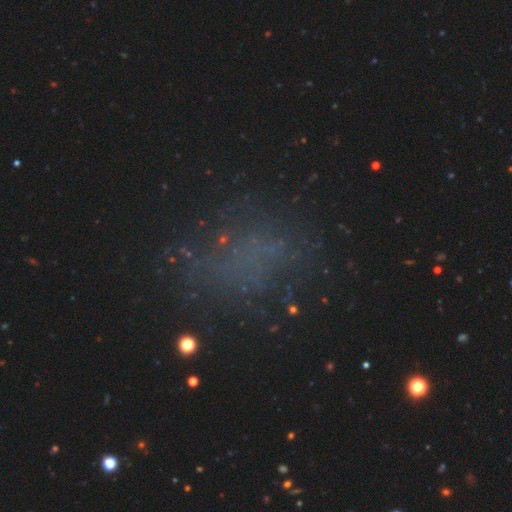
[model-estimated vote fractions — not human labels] The model was most divided on "smooth or featured": smooth: 40%, star or artifact: 38%, featured or disk: 22%. More confident: merging — none (63%).